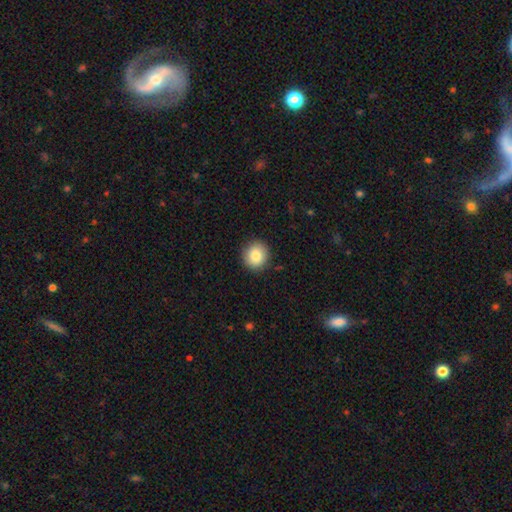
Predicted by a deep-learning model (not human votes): This appears to be a smooth galaxy with no disk features (85%) that is round (86%). Merging: none (90%).